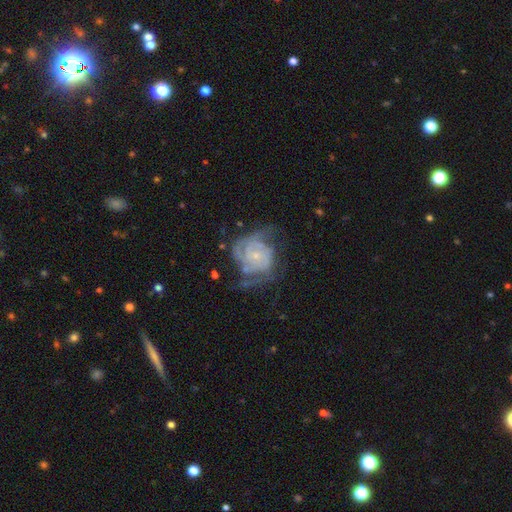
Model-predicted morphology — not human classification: This is clearly a featured or disk galaxy (84%). It is clearly not viewed edge-on (98%). Bar: likely no (72%). Spiral arm pattern: clearly yes (93%). Spiral arm count: marginally can't tell (29%). Spiral winding: likely tight (61%). Central bulge: likely small (76%). Merging: possibly none (48%).